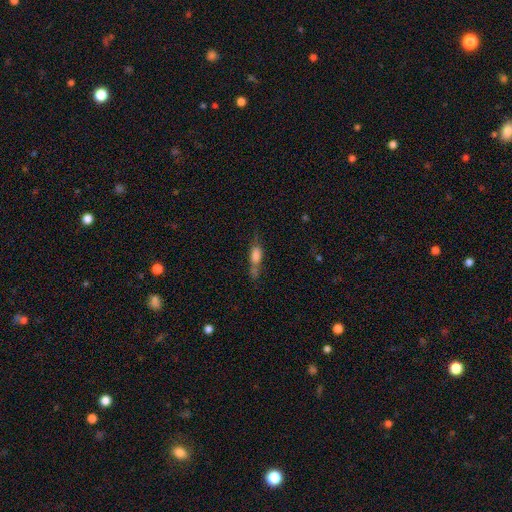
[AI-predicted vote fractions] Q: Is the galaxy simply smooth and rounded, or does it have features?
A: smooth — 63%.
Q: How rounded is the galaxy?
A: in between — 51%.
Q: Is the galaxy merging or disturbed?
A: none — 45%.